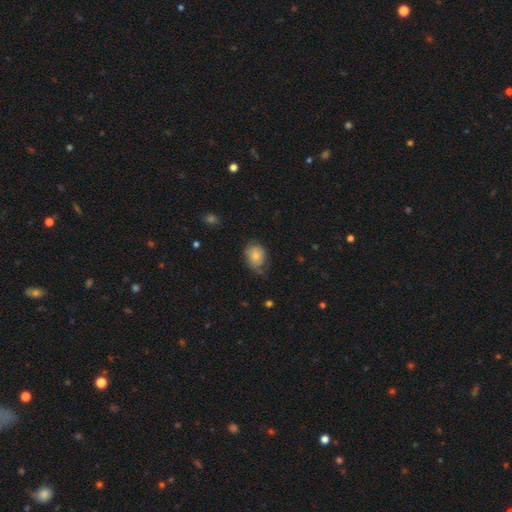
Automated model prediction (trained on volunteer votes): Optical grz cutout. It shows a smooth galaxy with no disk features (78%) that is round (50%). Merging: none (56%).